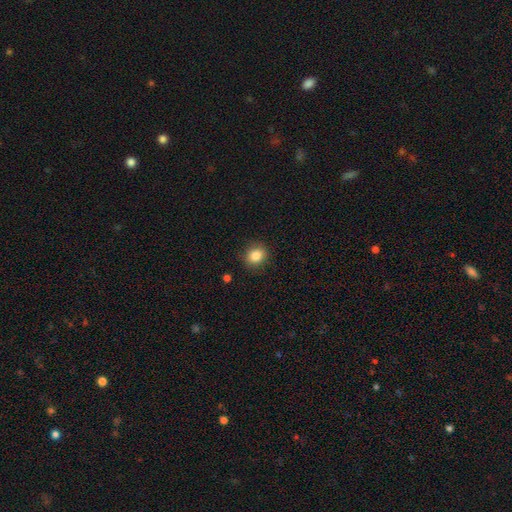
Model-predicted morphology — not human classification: Smooth or featured? Predicted: smooth (p=0.85). How rounded? Predicted: round (p=0.71). Merging? Predicted: none (p=0.87).